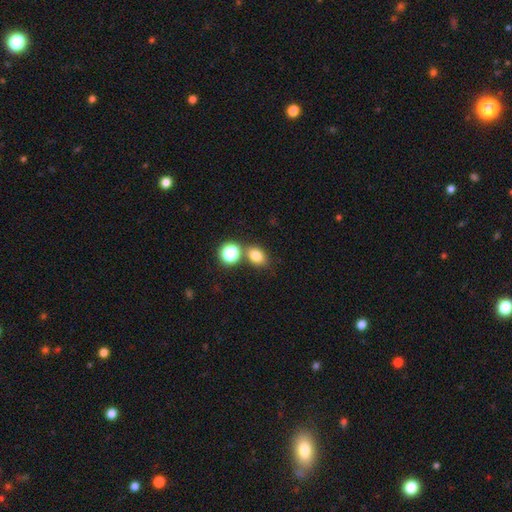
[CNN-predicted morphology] type=smooth (79%); roundness=in between (62%); merging=none (66%).